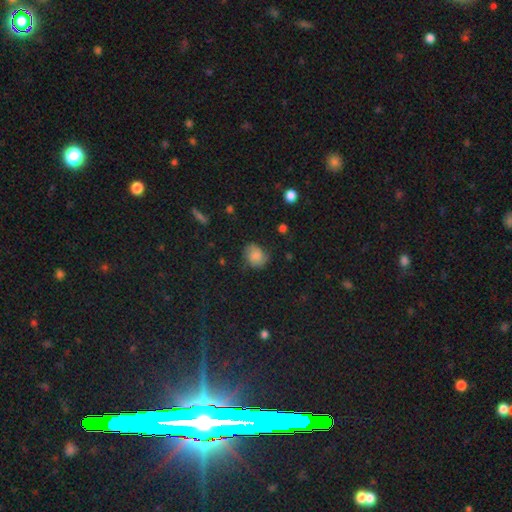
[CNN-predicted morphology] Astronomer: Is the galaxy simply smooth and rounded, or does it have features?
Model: smooth — 56% (runner-up: featured or disk, 32%).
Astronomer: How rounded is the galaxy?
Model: round — 59% (runner-up: in between, 40%).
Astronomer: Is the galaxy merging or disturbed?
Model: none — 66%.